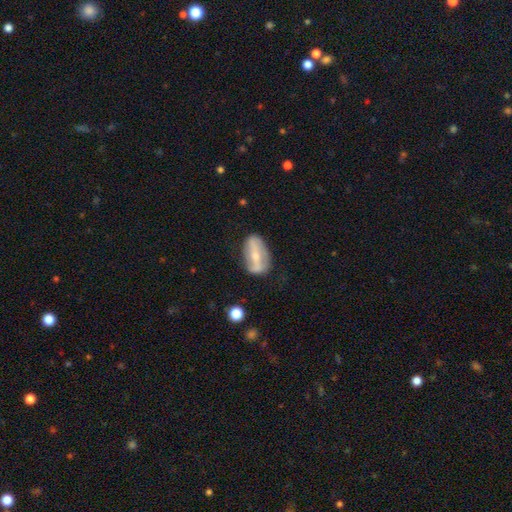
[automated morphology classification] Smooth or featured: featured or disk — 62% (smooth — 32%)
Edge-on disk: no — 87% (yes — 13%)
Bar: strong — 63% (weak — 21%)
Spiral arms: no — 52% (yes — 48%)
Bulge size: small — 52% (moderate — 43%)
Merging: none — 71% (minor disturbance — 20%)